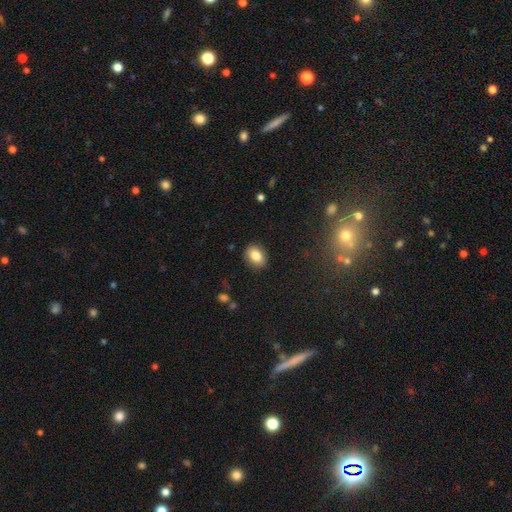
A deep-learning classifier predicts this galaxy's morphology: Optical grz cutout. It shows a smooth galaxy with no disk features (84%) that is in between round and cigar-shaped (74%). Merging: none (87%).